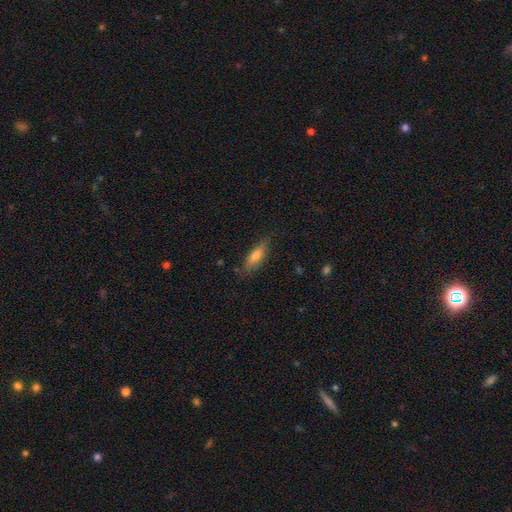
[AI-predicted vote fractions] This appears to be a smooth galaxy with no disk features (68%) that is in between round and cigar-shaped (52%). Merging: none (78%).